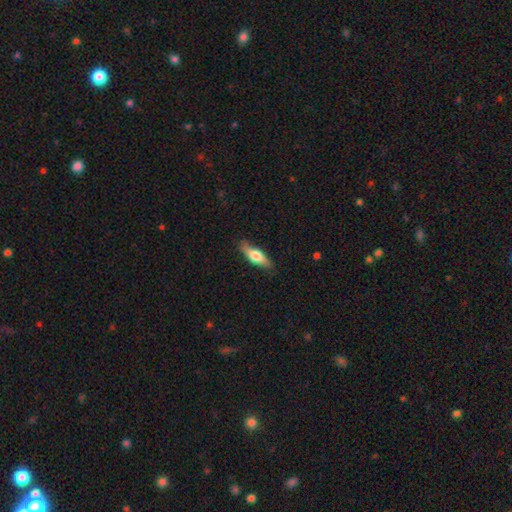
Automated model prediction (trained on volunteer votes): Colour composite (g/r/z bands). It shows a smooth galaxy with no disk features (64%) that is in between round and cigar-shaped (54%). Merging: none (78%).